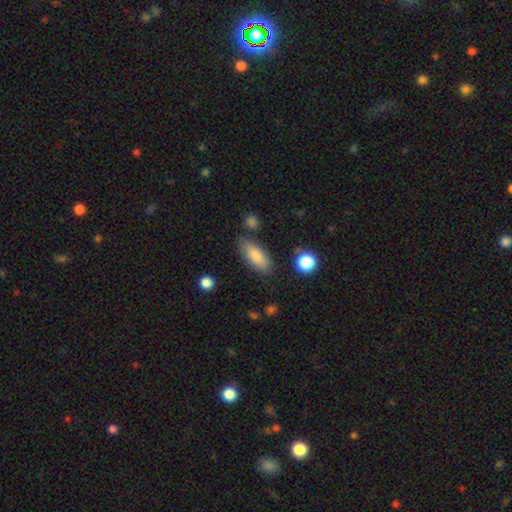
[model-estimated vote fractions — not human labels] Overall: smooth (82%). How rounded: in between (74%). Merging: none (80%).